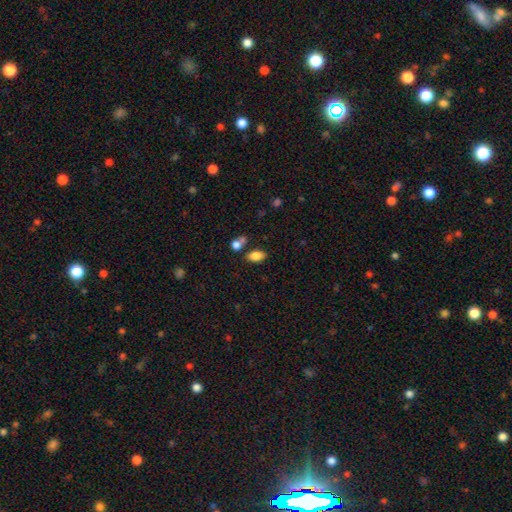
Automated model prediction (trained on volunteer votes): Morphology: type=smooth (84%); roundness=in between (91%); merging=none (69%).